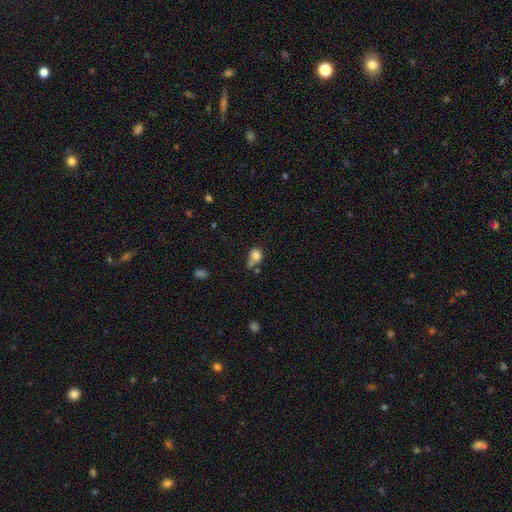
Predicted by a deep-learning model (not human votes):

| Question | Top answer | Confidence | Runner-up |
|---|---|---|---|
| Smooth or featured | smooth | 80% | star or artifact (12%) |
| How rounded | round | 62% | in between (37%) |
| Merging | none | 39% | merger (35%) |